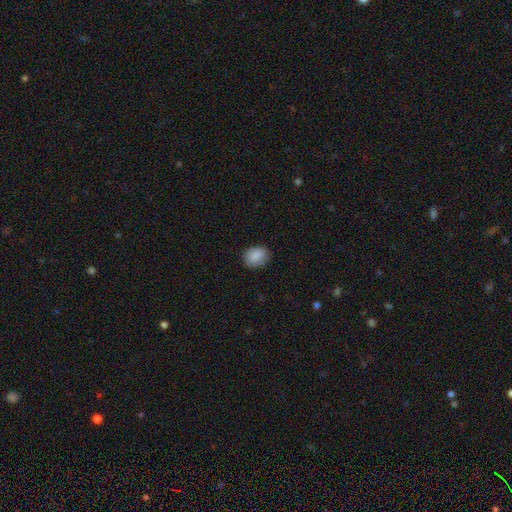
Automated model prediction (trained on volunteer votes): smooth-or-featured: smooth: 88% | star or artifact: 7% | featured or disk: 5%
  how-rounded: in between: 62% | round: 37% | cigar-shaped: 1%
  merging: none: 86% | minor disturbance: 11% | major disturbance: 2% | merger: 1%